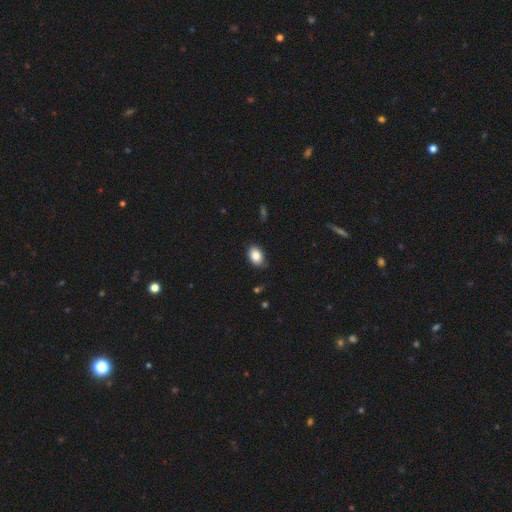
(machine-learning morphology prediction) Smooth or featured? smooth (86%)
How rounded? in between (83%)
Merging? none (80%)